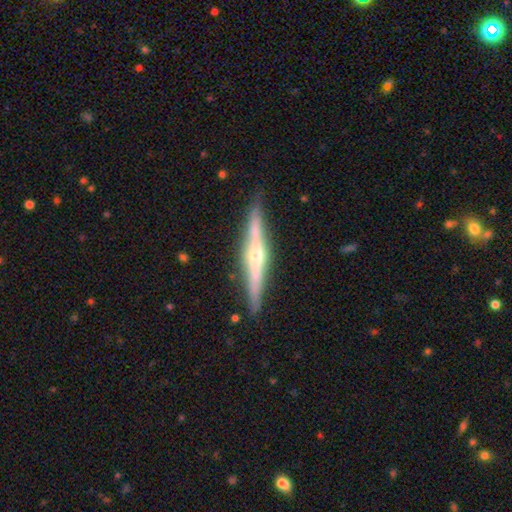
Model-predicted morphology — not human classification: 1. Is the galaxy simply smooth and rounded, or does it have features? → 78% featured or disk, 17% smooth, 5% star or artifact.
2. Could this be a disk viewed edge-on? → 97% yes, 3% no.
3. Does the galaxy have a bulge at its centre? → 83% rounded, 10% none, 8% boxy.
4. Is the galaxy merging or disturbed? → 87% none, 9% minor disturbance, 2% major disturbance, 2% merger.